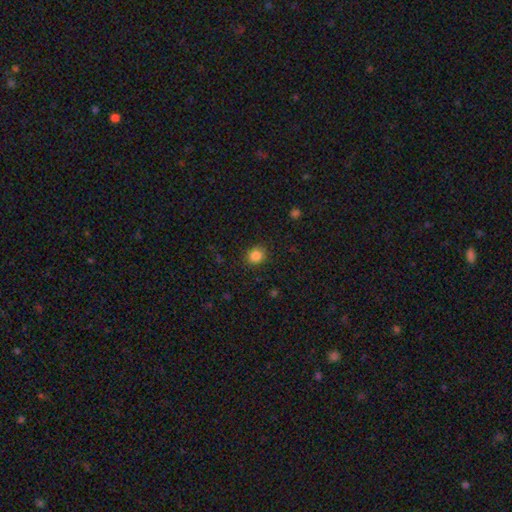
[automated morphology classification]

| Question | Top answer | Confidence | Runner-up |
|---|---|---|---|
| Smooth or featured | smooth | 85% | star or artifact (11%) |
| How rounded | round | 78% | in between (21%) |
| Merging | none | 90% | minor disturbance (7%) |